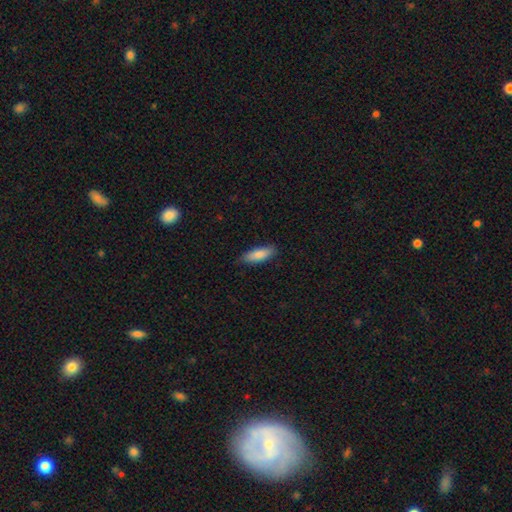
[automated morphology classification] This is clearly a smooth galaxy (83%). How rounded: possibly in between (49%, tied with cigar-shaped). Merging: clearly none (85%).